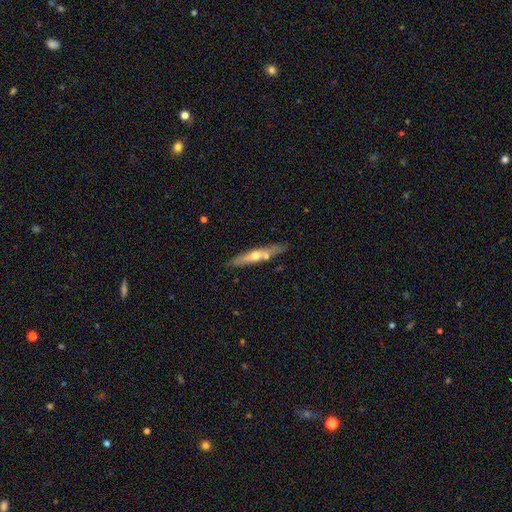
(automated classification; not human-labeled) Smooth or featured: featured or disk — 56% (smooth — 38%)
Edge-on disk: yes — 87% (no — 13%)
Merging: none — 76% (minor disturbance — 12%)